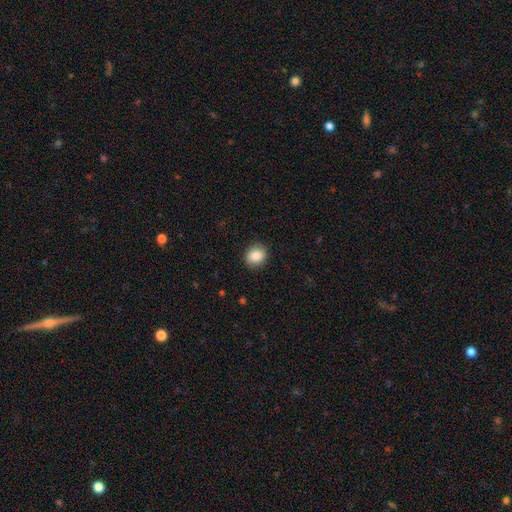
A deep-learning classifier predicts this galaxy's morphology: Q: Smooth or featured?
A: smooth (84%); runner-up: star or artifact (9%)
Q: How rounded?
A: round (68%); runner-up: in between (31%)
Q: Merging?
A: none (90%); runner-up: minor disturbance (7%)